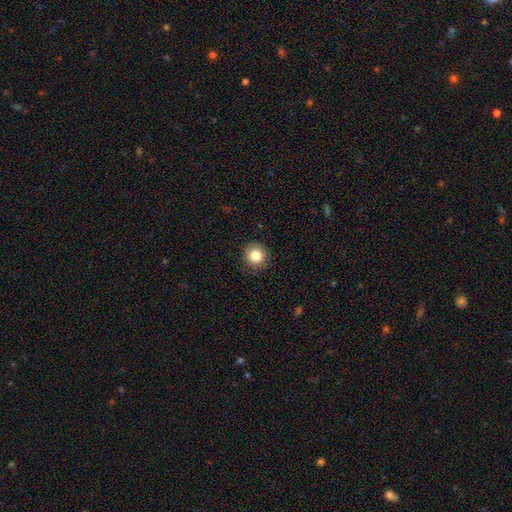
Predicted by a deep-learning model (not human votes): Q: Smooth or featured?
A: smooth (84%); runner-up: star or artifact (10%)
Q: How rounded?
A: round (93%); runner-up: in between (6%)
Q: Merging?
A: none (89%); runner-up: minor disturbance (8%)